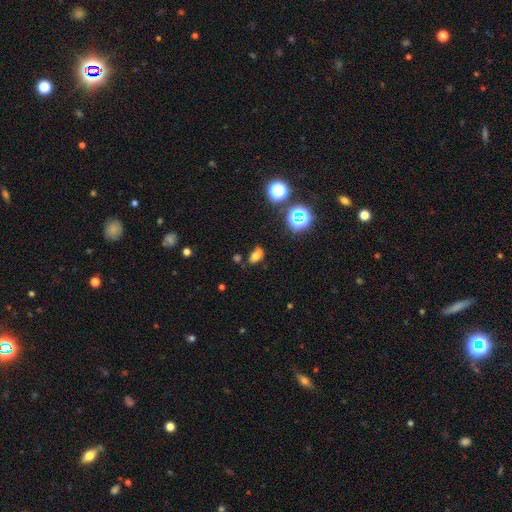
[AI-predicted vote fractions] Morphology: type=smooth (62%); roundness=in between (82%); merging=none (56%).